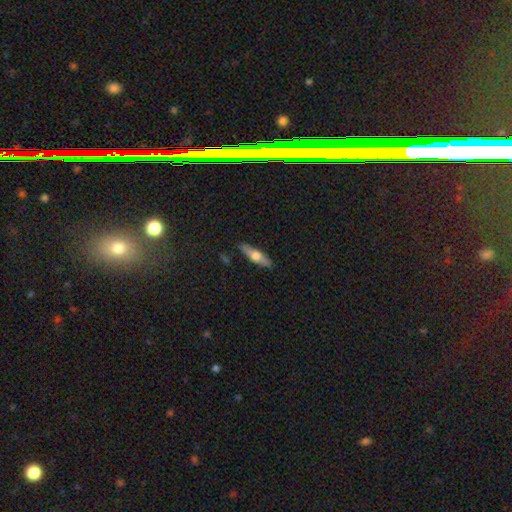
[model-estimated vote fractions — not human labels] A smooth galaxy with no disk features (49%). Merging: none (88%).